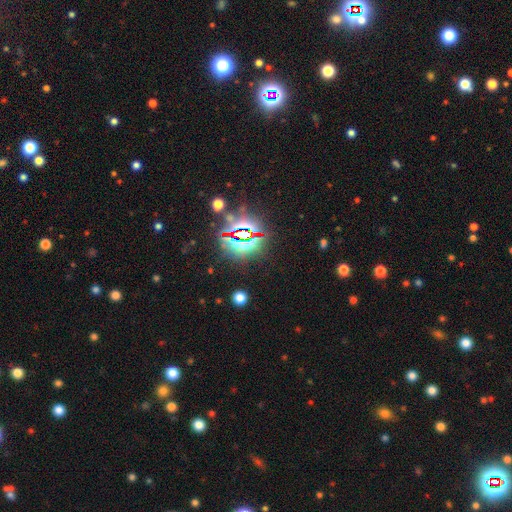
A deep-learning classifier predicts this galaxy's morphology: Smooth or featured? Predicted: star or artifact (p=0.83).